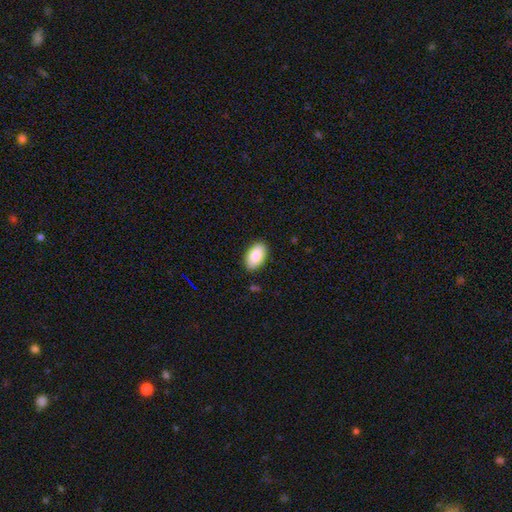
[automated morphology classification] Smooth or featured?
  - smooth: 86% *
  - featured or disk: 7%
  - star or artifact: 7%
How rounded?
  - in between: 94% *
  - round: 4%
  - cigar-shaped: 2%
Merging?
  - none: 87% *
  - minor disturbance: 10%
  - major disturbance: 2%
  - merger: 1%